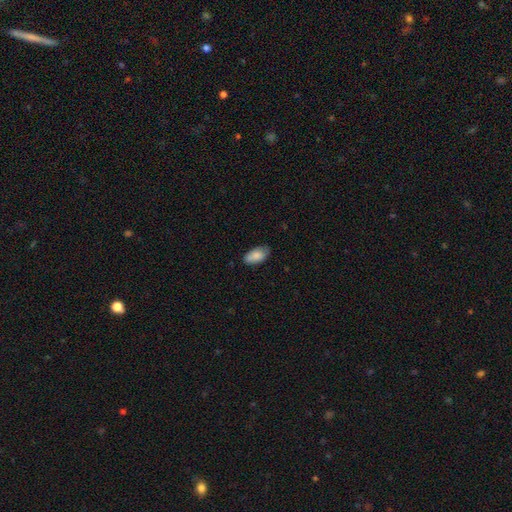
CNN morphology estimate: smooth_or_featured: smooth (p=0.84) [alt: featured or disk p=0.09]
how_rounded: in between (p=0.94) [alt: cigar-shaped p=0.04]
merging: none (p=0.76) [alt: minor disturbance p=0.20]